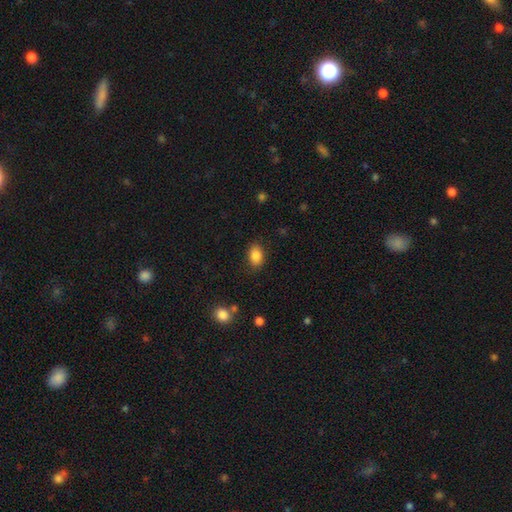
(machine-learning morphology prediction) Smooth or featured?
  - smooth: 87% *
  - star or artifact: 9%
  - featured or disk: 5%
How rounded?
  - in between: 82% *
  - round: 17%
  - cigar-shaped: 1%
Merging?
  - none: 83% *
  - minor disturbance: 12%
  - major disturbance: 3%
  - merger: 1%